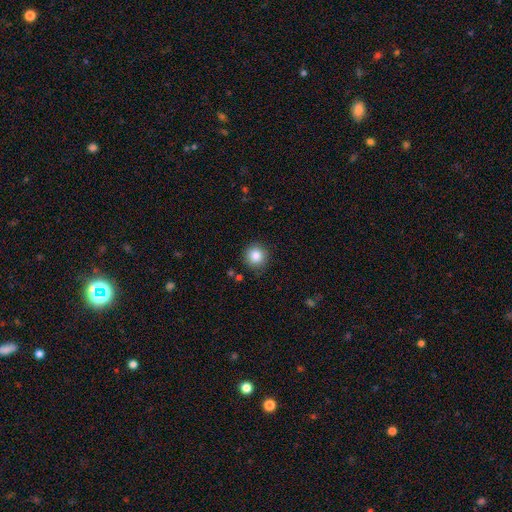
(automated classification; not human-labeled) The model was most divided on "smooth or featured": smooth: 85%, star or artifact: 10%, featured or disk: 5%. More confident: how rounded — round (94%); merging — none (88%).